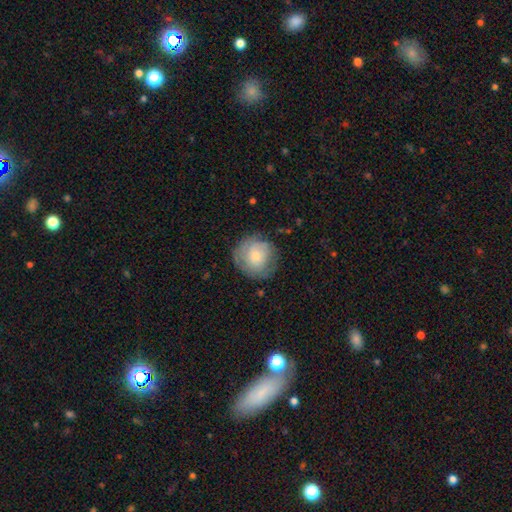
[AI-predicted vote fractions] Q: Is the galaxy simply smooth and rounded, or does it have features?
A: smooth — 58%.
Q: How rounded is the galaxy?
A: round — 91%.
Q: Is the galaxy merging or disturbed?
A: none — 75%.